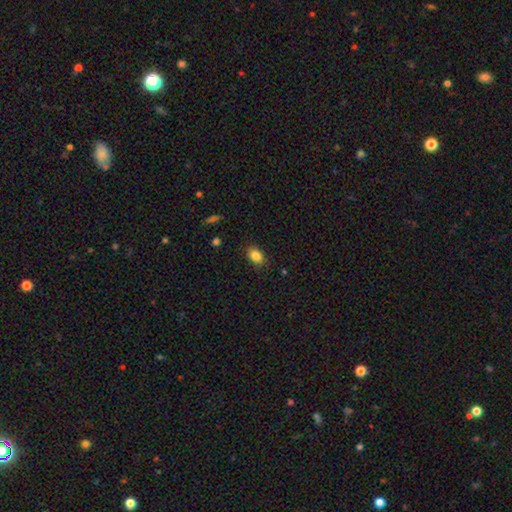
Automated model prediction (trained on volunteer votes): This is clearly a smooth galaxy (84%). How rounded: clearly in between (80%). Merging: clearly none (87%).